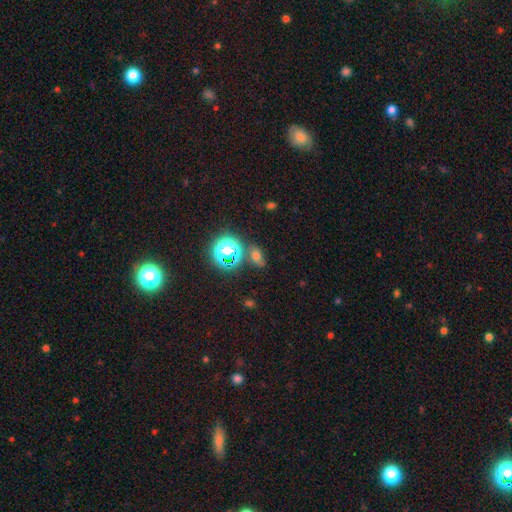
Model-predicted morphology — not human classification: Q: Smooth or featured?
A: star or artifact (66%); runner-up: smooth (26%)